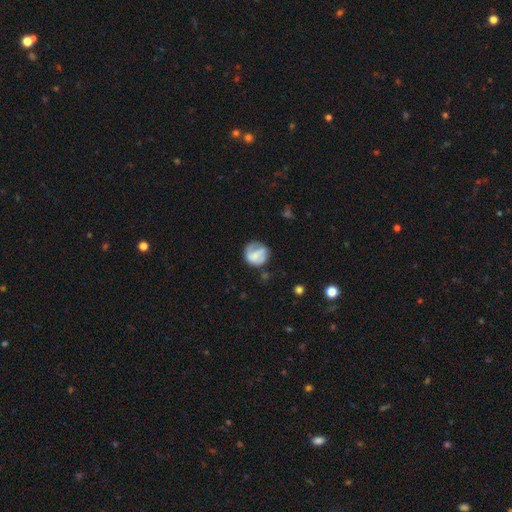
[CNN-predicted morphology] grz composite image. It shows a smooth galaxy with no disk features (53%) that is round (81%). Merging: none (52%).